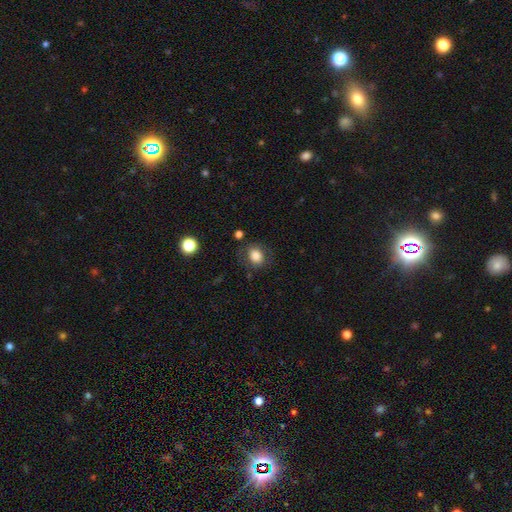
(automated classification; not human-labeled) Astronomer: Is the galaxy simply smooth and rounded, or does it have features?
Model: smooth — 80%.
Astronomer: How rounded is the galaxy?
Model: round — 58% (runner-up: in between, 41%).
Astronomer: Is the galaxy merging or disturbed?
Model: none — 76%.